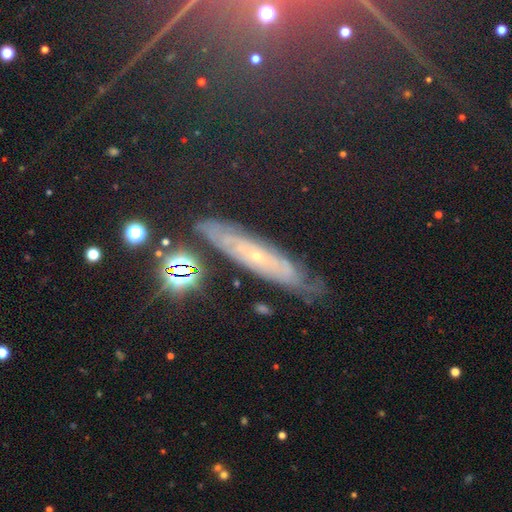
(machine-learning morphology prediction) Q: Smooth or featured?
A: featured or disk (53%); runner-up: star or artifact (25%)
Q: Edge-on disk?
A: no (55%); runner-up: yes (45%)
Q: Merging?
A: none (81%); runner-up: minor disturbance (13%)